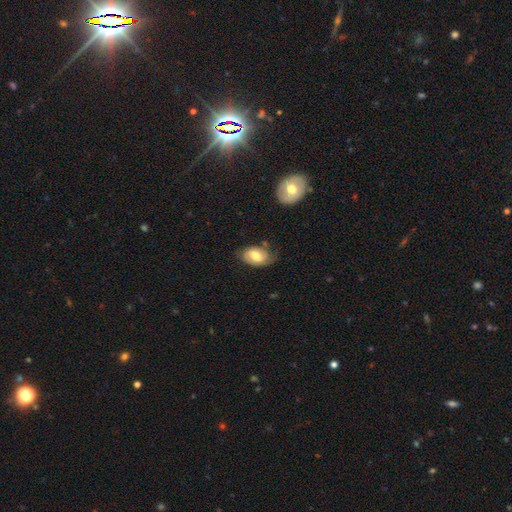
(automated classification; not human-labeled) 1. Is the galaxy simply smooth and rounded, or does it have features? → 60% smooth, 33% featured or disk, 7% star or artifact.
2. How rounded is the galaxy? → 90% in between, 9% round, 1% cigar-shaped.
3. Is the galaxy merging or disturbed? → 58% none, 31% minor disturbance, 9% major disturbance, 3% merger.